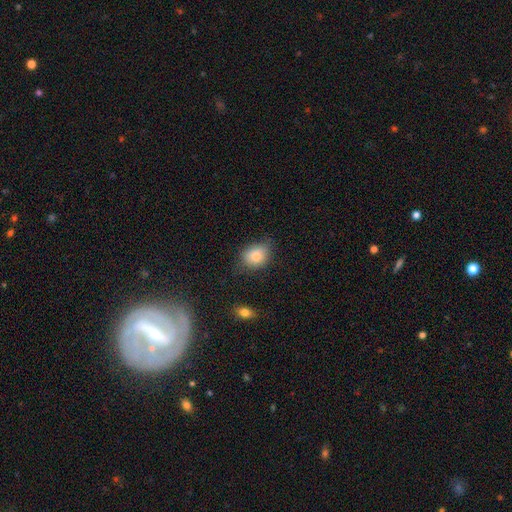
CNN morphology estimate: Smooth or featured? Predicted: smooth (p=0.84). How rounded? Predicted: in between (p=0.62). Merging? Predicted: none (p=0.65).